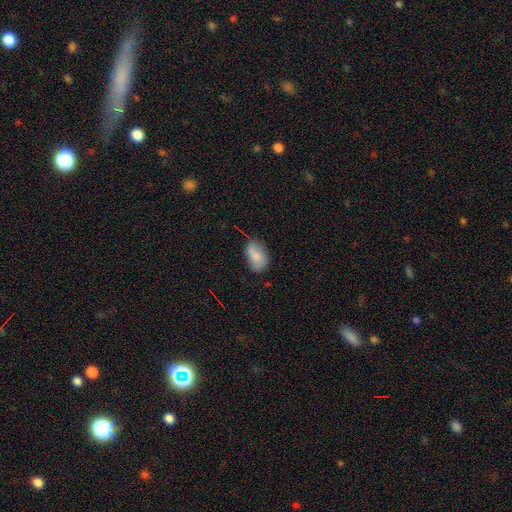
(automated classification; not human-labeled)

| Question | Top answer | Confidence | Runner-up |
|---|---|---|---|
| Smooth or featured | smooth | 77% | featured or disk (15%) |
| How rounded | in between | 90% | round (8%) |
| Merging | none | 62% | minor disturbance (29%) |